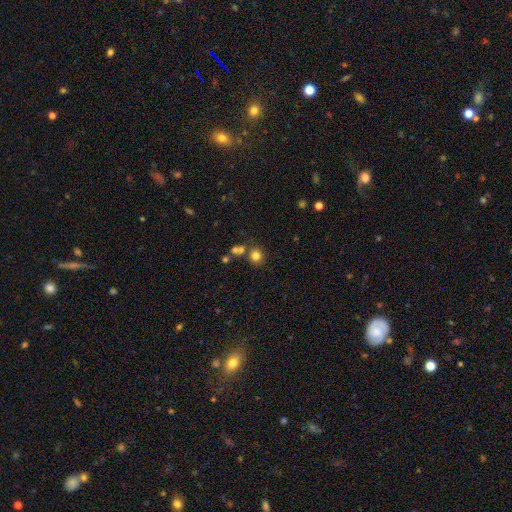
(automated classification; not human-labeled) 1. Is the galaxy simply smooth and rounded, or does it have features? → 76% smooth, 15% star or artifact, 9% featured or disk.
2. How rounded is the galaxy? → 86% round, 13% in between, 1% cigar-shaped.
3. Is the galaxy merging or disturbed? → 68% none, 20% merger, 9% minor disturbance, 4% major disturbance.